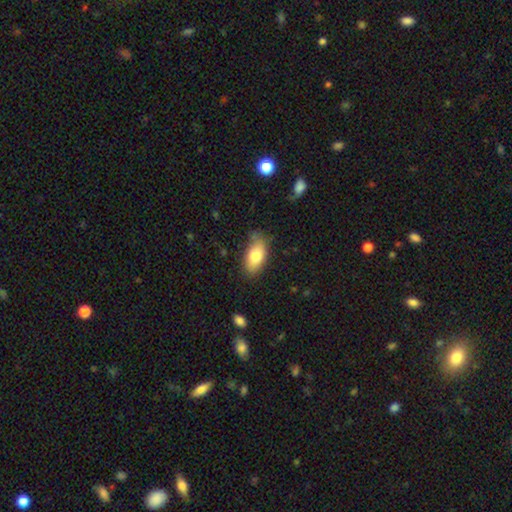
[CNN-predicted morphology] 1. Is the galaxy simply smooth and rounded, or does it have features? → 79% smooth, 15% featured or disk, 7% star or artifact.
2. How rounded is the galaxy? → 91% in between, 5% cigar-shaped, 4% round.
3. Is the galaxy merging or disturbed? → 75% none, 19% minor disturbance, 4% major disturbance, 2% merger.